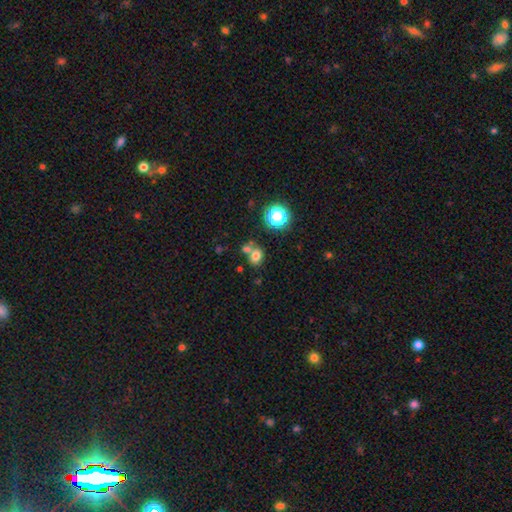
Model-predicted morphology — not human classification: The model was most divided on "how rounded": round: 53%, in between: 46%, cigar-shaped: 1%. More confident: smooth or featured — smooth (74%); merging — none (52%).